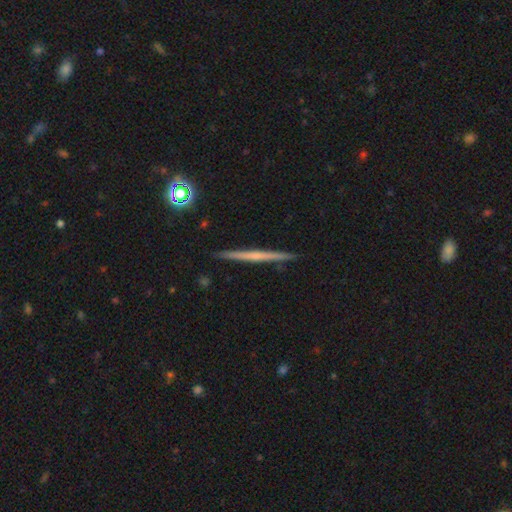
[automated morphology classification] This is likely a featured or disk galaxy (62%). It is clearly viewed edge-on (98%). Edge-on bulge: likely none (77%). Merging: clearly none (92%).